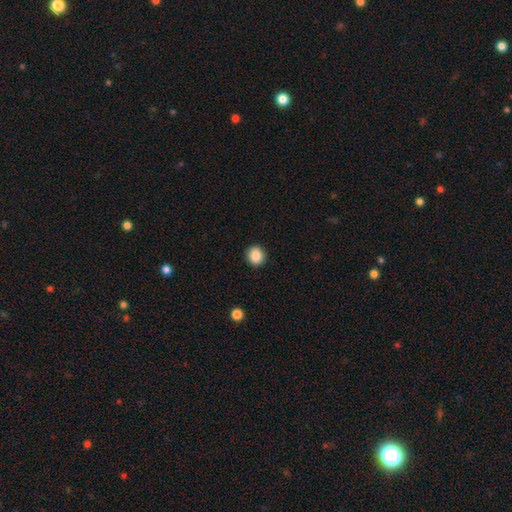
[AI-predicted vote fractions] Smooth or featured? Predicted: smooth (p=0.88). How rounded? Predicted: round (p=0.85). Merging? Predicted: none (p=0.92).